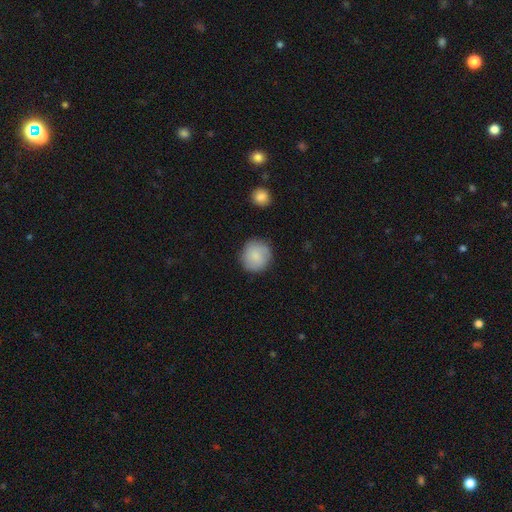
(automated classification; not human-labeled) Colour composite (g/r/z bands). It shows a smooth galaxy with no disk features (84%) that is round (93%). Merging: none (85%).